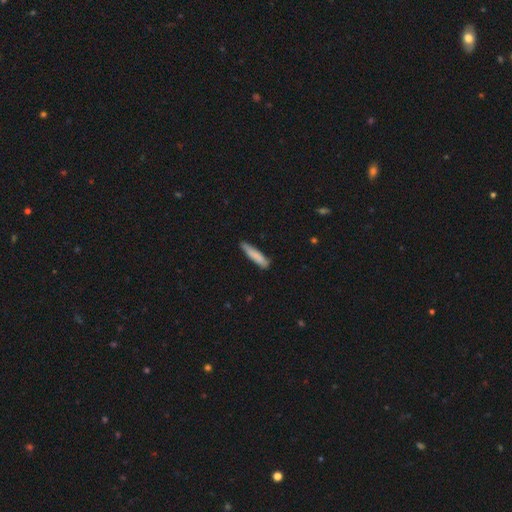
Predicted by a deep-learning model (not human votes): smooth_or_featured: smooth (p=0.82) [alt: featured or disk p=0.13]
how_rounded: cigar-shaped (p=0.86) [alt: in between p=0.13]
merging: none (p=0.78) [alt: minor disturbance p=0.17]